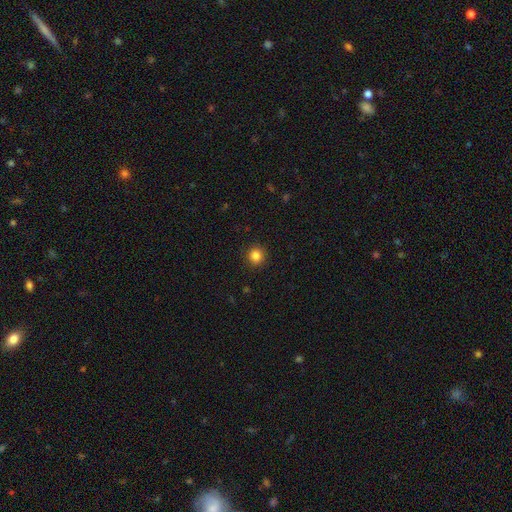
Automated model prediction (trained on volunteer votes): This appears to be a smooth galaxy with no disk features (84%) that is round (92%). Merging: none (92%).